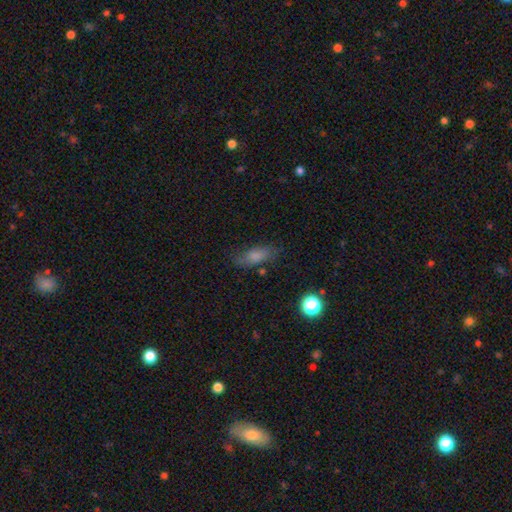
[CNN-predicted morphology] smooth 75%, featured or disk 14%, star or artifact 10%. Down the decision tree: how rounded — in between (71%); merging — none (69%).